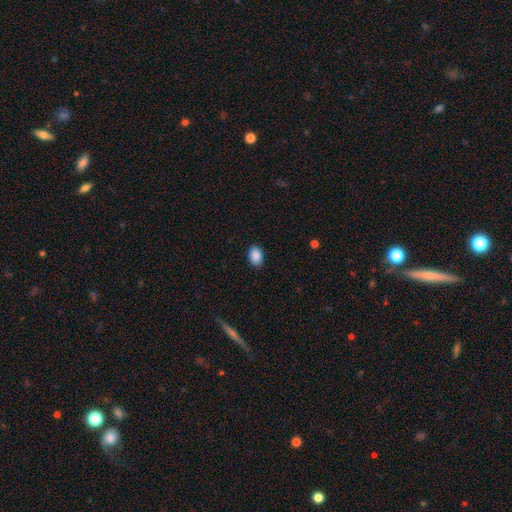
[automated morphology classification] A smooth galaxy with no disk features (90%) that is in between round and cigar-shaped (84%).

Vote fractions:
- Smooth or featured? smooth: 90% / star or artifact: 7% / featured or disk: 3%
- How rounded? in between: 84% / round: 15% / cigar-shaped: 1%
- Merging? none: 89% / minor disturbance: 8% / major disturbance: 2% / merger: 1%